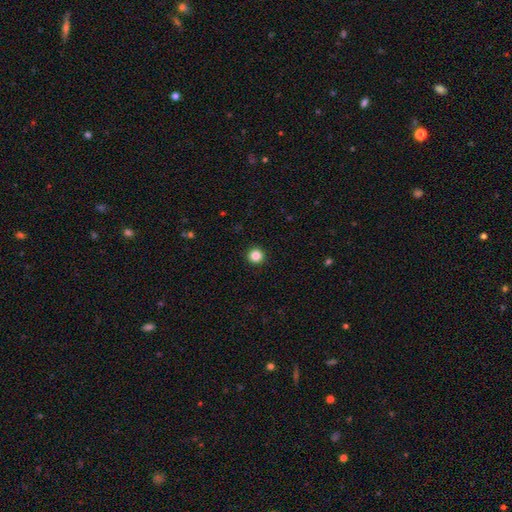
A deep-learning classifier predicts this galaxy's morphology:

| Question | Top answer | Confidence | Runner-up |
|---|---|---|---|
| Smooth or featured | smooth | 85% | star or artifact (11%) |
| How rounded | round | 96% | in between (3%) |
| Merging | none | 94% | minor disturbance (4%) |